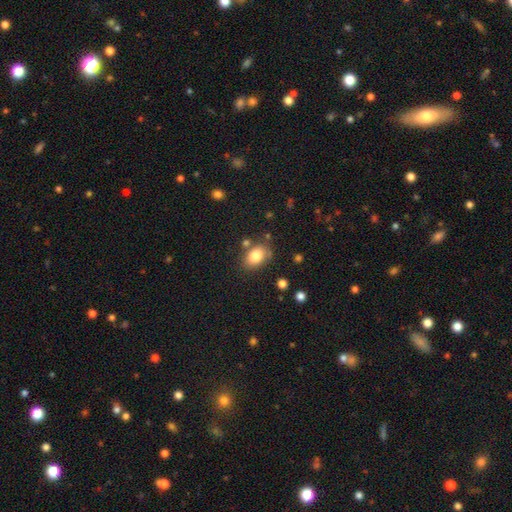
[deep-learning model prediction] Smooth or featured? Predicted: smooth (p=0.81). How rounded? Predicted: in between (p=0.79). Merging? Predicted: none (p=0.74).